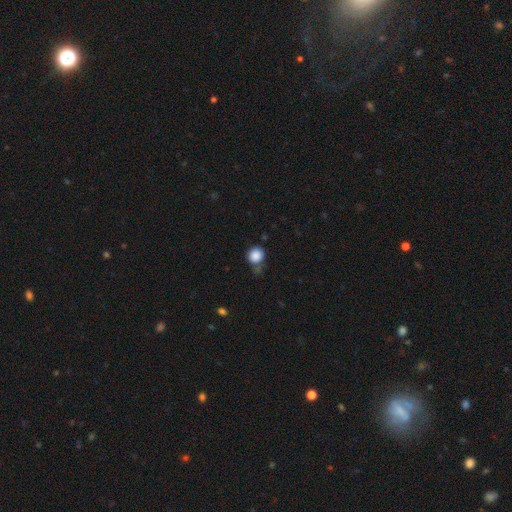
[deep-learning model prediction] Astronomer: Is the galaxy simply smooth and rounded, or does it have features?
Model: smooth — 87%.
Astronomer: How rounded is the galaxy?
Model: round — 85%.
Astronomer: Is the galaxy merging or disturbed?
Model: none — 61%.